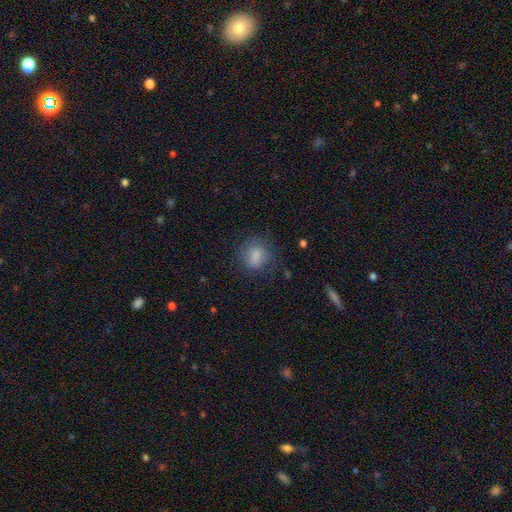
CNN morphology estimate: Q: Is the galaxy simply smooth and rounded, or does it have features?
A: smooth — 77%.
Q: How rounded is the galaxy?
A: round — 61%.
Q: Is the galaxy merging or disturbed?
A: none — 66%.